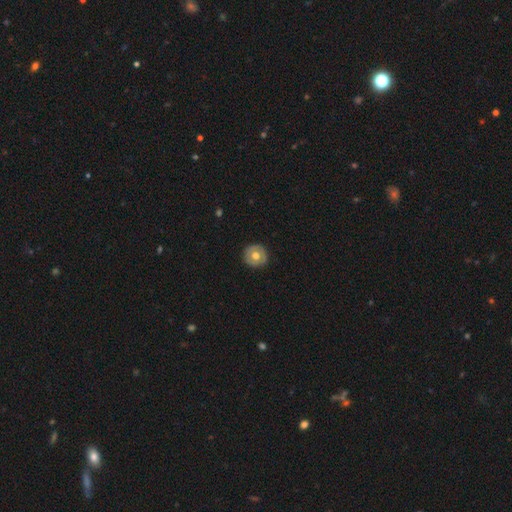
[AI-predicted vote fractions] This is possibly a smooth galaxy (59%). How rounded: clearly round (94%). Merging: clearly none (89%).